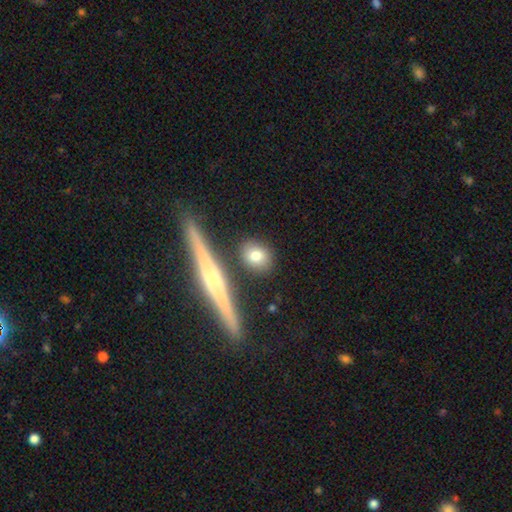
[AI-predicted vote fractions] smooth-or-featured: smooth: 78% | featured or disk: 14% | star or artifact: 8%
  how-rounded: round: 64% | in between: 29% | cigar-shaped: 7%
  merging: none: 85% | minor disturbance: 8% | merger: 4% | major disturbance: 2%